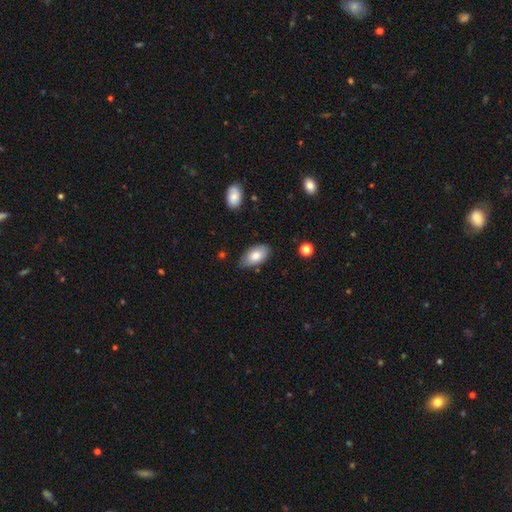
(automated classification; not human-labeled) Smooth or featured? smooth (79%)
How rounded? in between (95%)
Merging? none (78%)